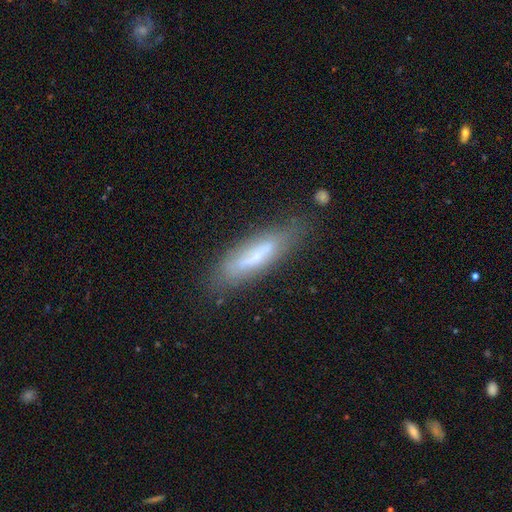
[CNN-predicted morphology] Overall: smooth (49%; featured or disk 42%). Merging: none (69%).